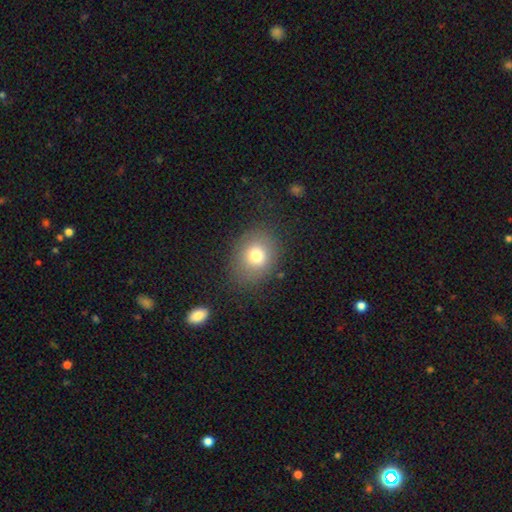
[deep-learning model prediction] A smooth galaxy with no disk features (75%) that is round (55%). Merging: none (80%).